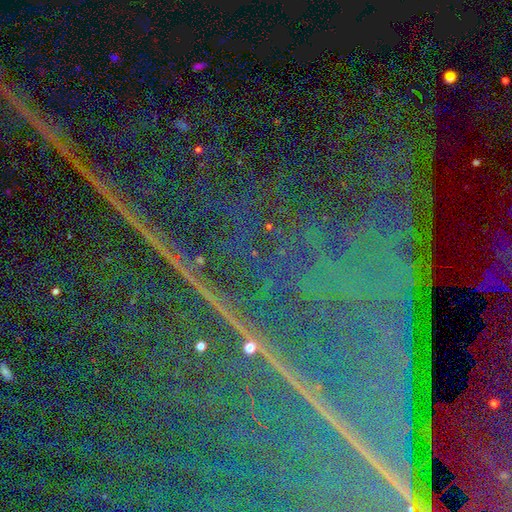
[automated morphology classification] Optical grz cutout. It shows a star or artifact, not a galaxy (87%).